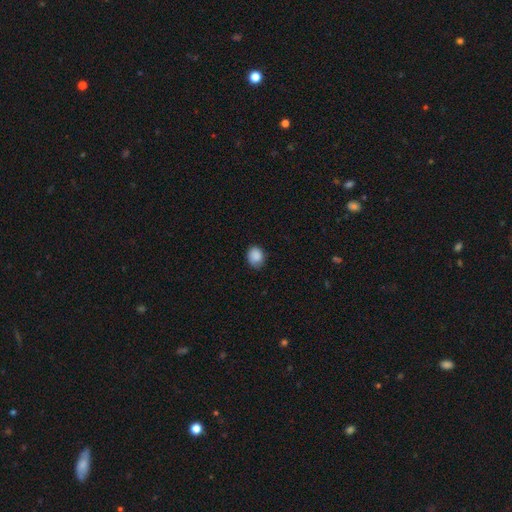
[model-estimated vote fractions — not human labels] This is clearly a smooth galaxy (88%). How rounded: possibly round (57%). Merging: likely none (76%).